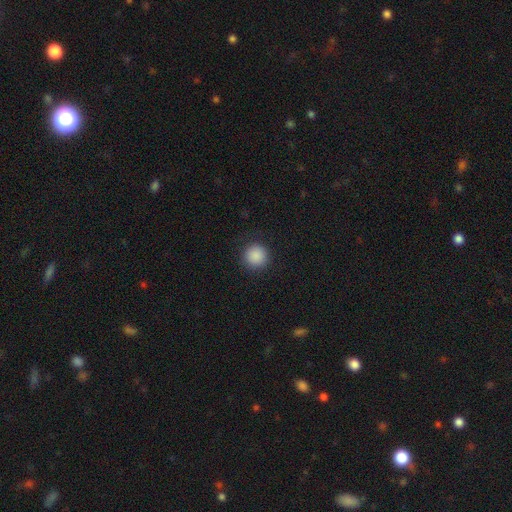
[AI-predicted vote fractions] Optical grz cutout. It shows a smooth galaxy with no disk features (89%) that is round (95%). Merging: none (90%).